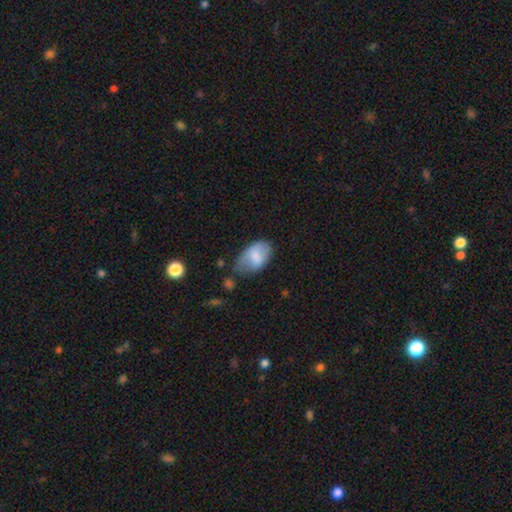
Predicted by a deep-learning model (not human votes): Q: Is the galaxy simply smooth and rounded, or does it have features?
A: smooth — 73%.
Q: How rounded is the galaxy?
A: in between — 92%.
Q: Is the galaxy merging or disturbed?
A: minor disturbance — 40%.